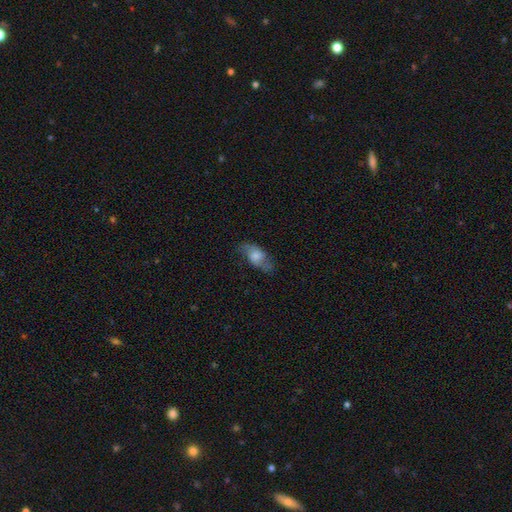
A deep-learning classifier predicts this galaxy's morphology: This appears to be a smooth galaxy with no disk features (55%) that is in between round and cigar-shaped (82%). Merging: none (63%).